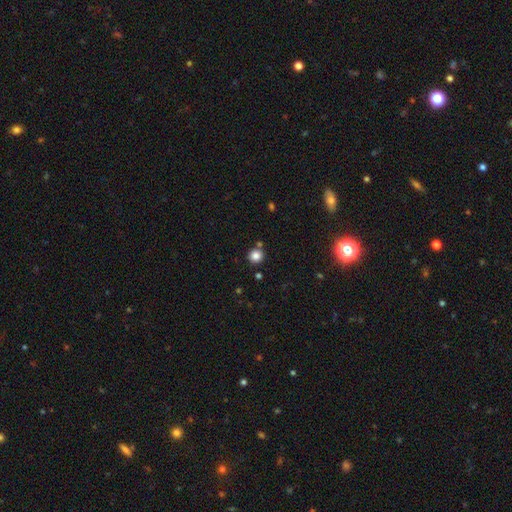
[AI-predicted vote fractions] The model was most divided on "smooth or featured": smooth: 84%, star or artifact: 12%, featured or disk: 5%. More confident: how rounded — round (91%); merging — none (81%).